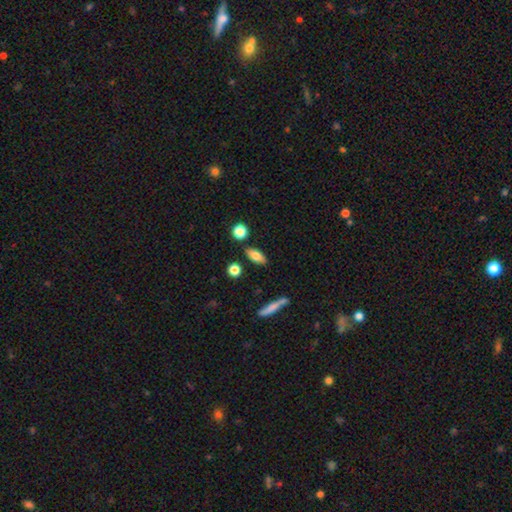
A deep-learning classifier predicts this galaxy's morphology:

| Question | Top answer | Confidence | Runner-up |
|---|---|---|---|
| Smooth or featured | smooth | 77% | featured or disk (14%) |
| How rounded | in between | 77% | cigar-shaped (18%) |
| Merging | none | 83% | minor disturbance (10%) |